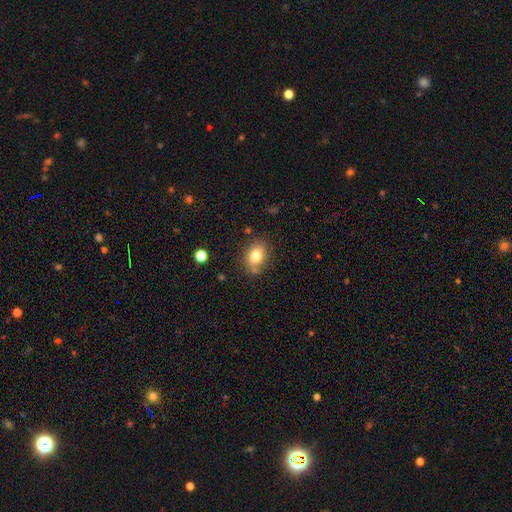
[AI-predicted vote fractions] A smooth galaxy with no disk features (77%) that is in between round and cigar-shaped (63%). Merging: none (74%).